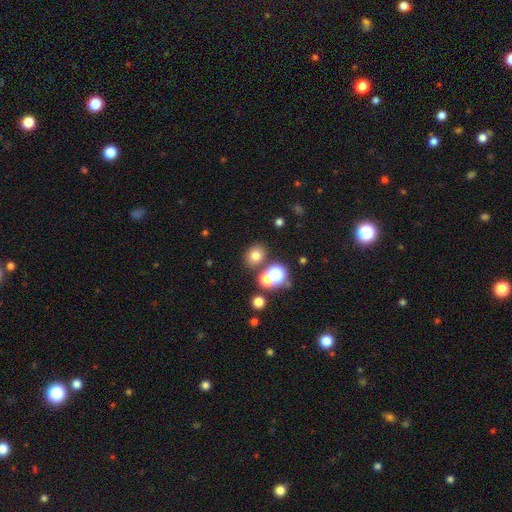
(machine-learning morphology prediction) smooth 71%, star or artifact 20%, featured or disk 9%. Down the decision tree: how rounded — round (64%); merging — none (72%).